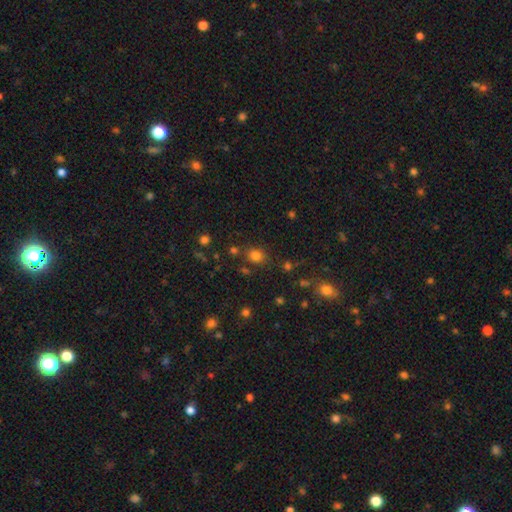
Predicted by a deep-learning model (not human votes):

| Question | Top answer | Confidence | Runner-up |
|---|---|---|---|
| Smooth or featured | smooth | 76% | star or artifact (18%) |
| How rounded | round | 63% | in between (36%) |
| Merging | none | 76% | minor disturbance (12%) |